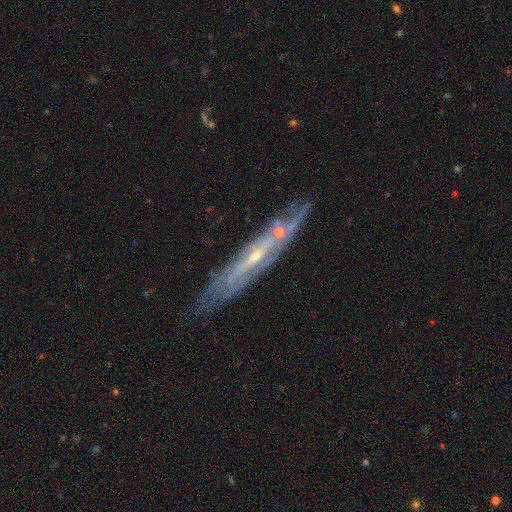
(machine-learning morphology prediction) The model was most divided on "edge-on disk": yes: 56%, no: 44%. More confident: smooth or featured — featured or disk (83%); merging — none (70%).